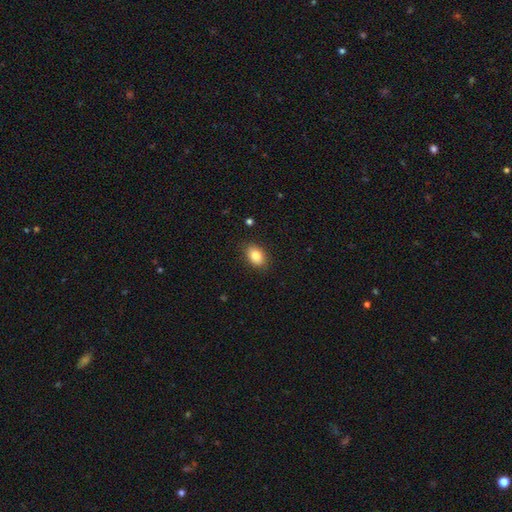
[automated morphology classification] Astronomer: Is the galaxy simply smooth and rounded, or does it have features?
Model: smooth — 85%.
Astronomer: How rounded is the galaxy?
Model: in between — 83%.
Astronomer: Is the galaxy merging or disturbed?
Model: none — 87%.